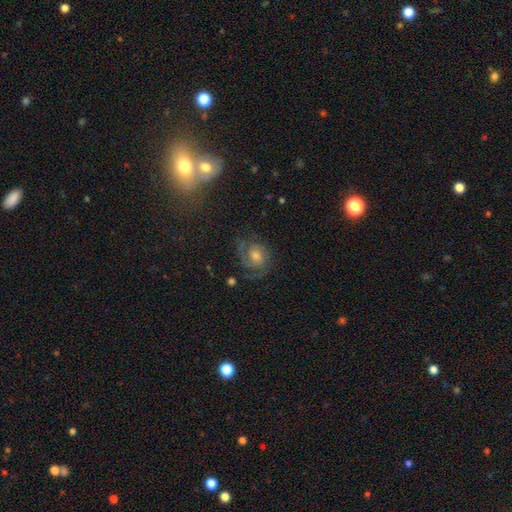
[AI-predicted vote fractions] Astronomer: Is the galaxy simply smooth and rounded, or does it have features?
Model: featured or disk — 72%.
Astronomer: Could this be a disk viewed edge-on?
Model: no — 97%.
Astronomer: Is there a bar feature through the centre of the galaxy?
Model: no — 68%.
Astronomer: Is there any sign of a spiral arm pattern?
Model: yes — 94%.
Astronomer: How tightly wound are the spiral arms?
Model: tight — 49% (runner-up: medium, 40%).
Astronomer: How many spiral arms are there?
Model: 2 — 45% (runner-up: can't tell, 20%).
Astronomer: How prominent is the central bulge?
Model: moderate — 56%.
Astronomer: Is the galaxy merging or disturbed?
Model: none — 70%.